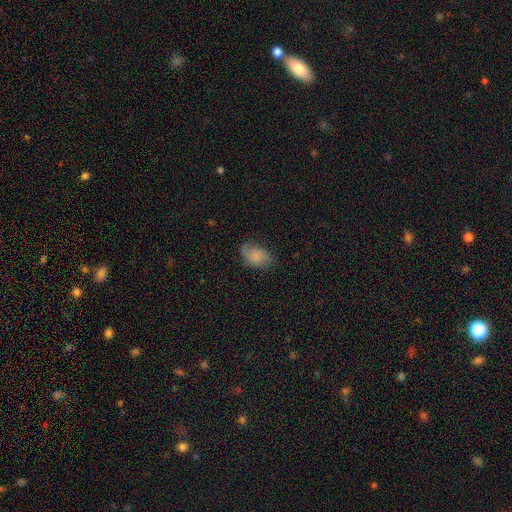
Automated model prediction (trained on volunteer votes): The model was most divided on "merging": none: 61%, minor disturbance: 27%, major disturbance: 10%, merger: 1%. More confident: how rounded — in between (86%); smooth or featured — smooth (71%).